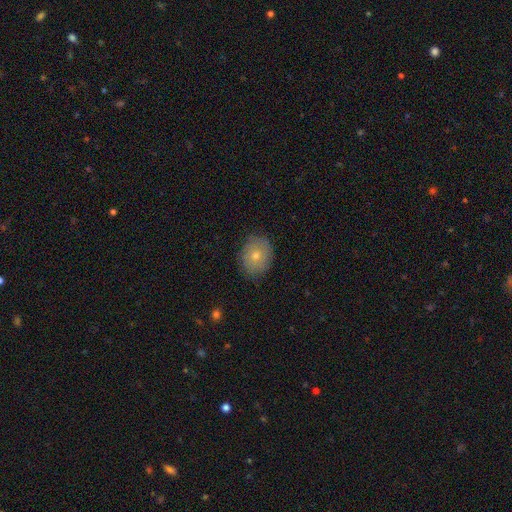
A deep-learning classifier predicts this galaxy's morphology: type=smooth (64%); roundness=in between (50%); merging=none (85%).